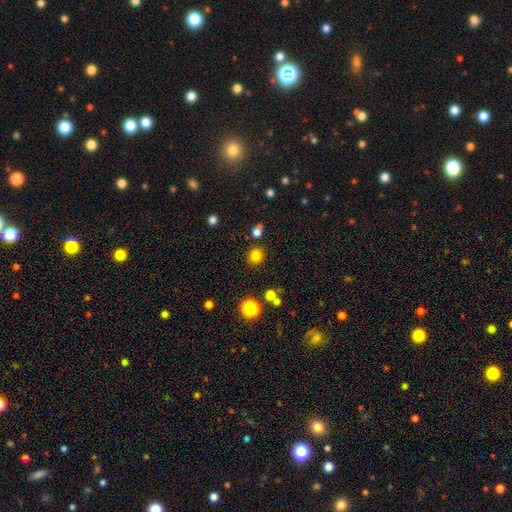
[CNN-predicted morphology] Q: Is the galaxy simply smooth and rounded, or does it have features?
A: smooth — 80%.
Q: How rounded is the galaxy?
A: round — 86%.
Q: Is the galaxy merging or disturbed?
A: none — 86%.